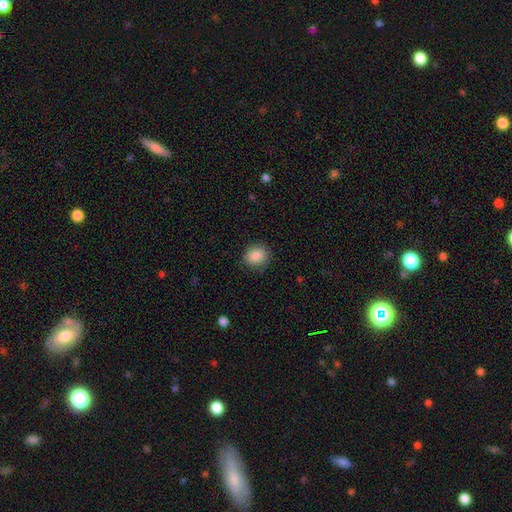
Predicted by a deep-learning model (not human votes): smooth-or-featured: smooth: 87% | star or artifact: 8% | featured or disk: 5%
  how-rounded: round: 65% | in between: 34% | cigar-shaped: 1%
  merging: none: 84% | minor disturbance: 12% | major disturbance: 3% | merger: 1%